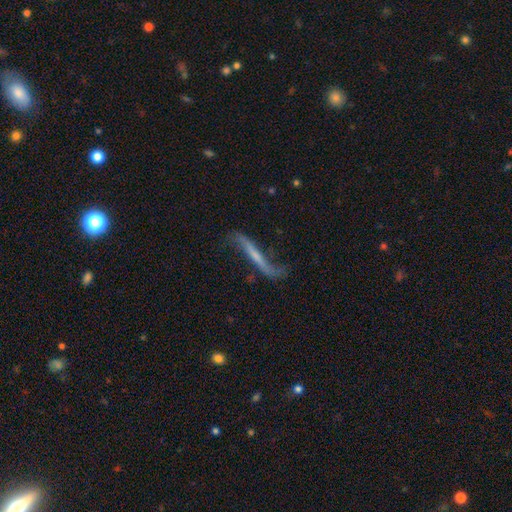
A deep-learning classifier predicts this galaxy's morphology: Smooth or featured: featured or disk — 71% (smooth — 22%)
Edge-on disk: yes — 52% (no — 48%)
Merging: none — 53% (minor disturbance — 25%)